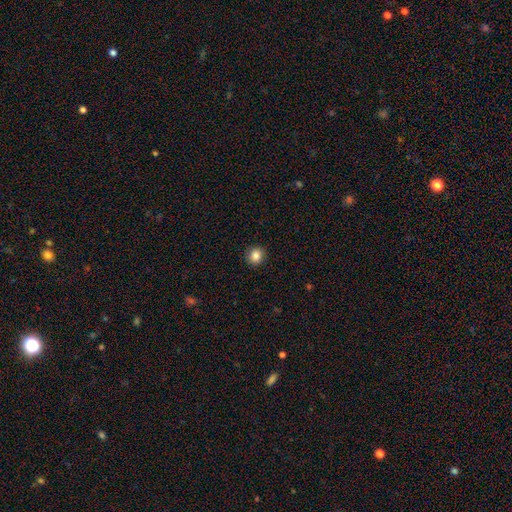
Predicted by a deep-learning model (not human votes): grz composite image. It shows a smooth galaxy with no disk features (85%) that is round (90%). Merging: none (91%).